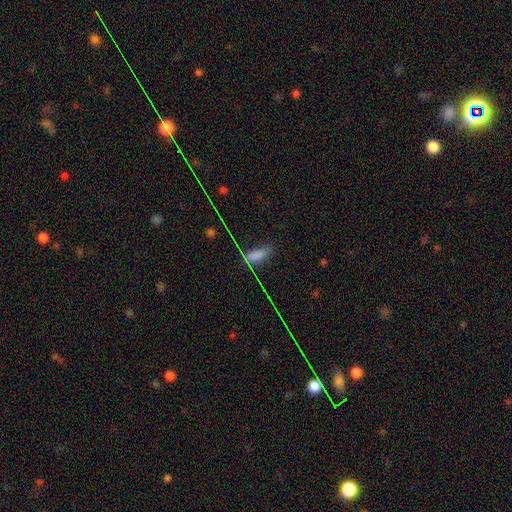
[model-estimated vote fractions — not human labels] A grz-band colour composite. It shows a smooth galaxy with no disk features (62%) that is in between round and cigar-shaped (70%). Merging: none (54%).